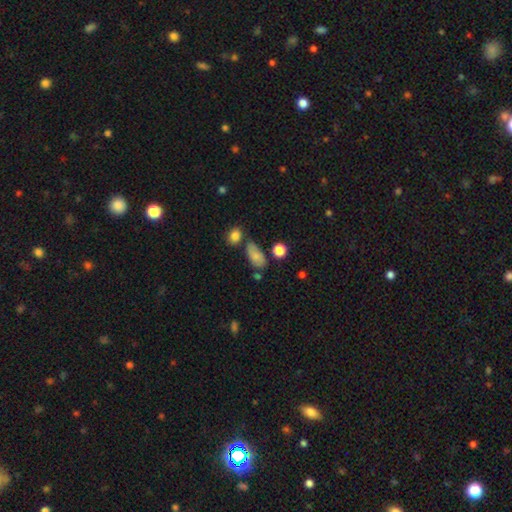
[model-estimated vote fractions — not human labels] Smooth or featured: smooth — 77% (featured or disk — 13%)
How rounded: in between — 85% (round — 9%)
Merging: none — 57% (minor disturbance — 23%)